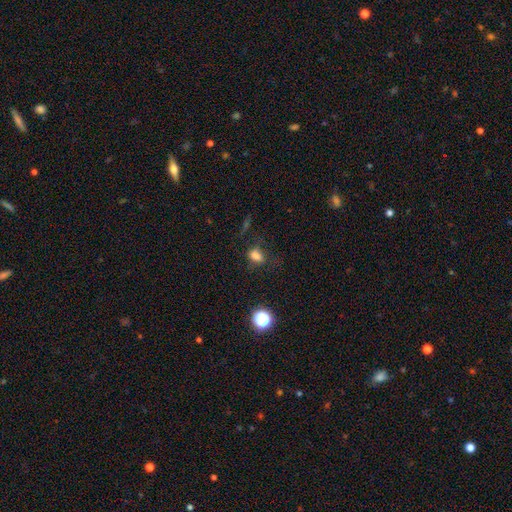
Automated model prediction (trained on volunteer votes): Morphology: type=smooth (75%); roundness=in between (71%); merging=none (63%).